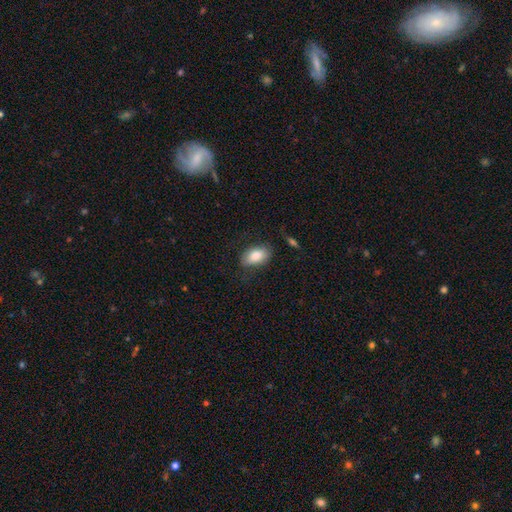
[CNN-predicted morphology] A smooth galaxy with no disk features (82%) that is in between round and cigar-shaped (92%). Merging: none (72%).